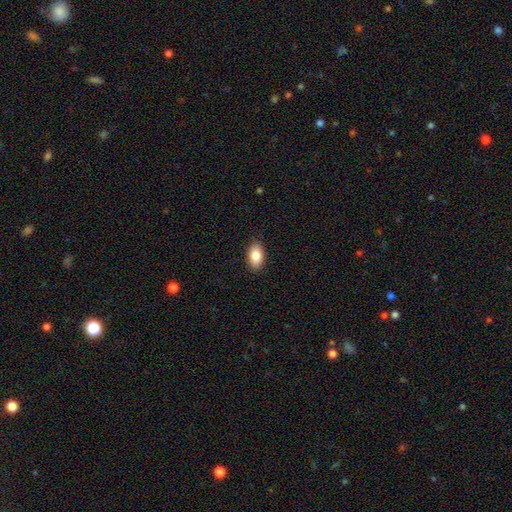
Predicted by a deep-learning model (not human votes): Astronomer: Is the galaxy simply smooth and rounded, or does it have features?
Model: smooth — 86%.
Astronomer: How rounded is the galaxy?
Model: in between — 92%.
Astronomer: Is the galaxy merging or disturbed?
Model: none — 89%.